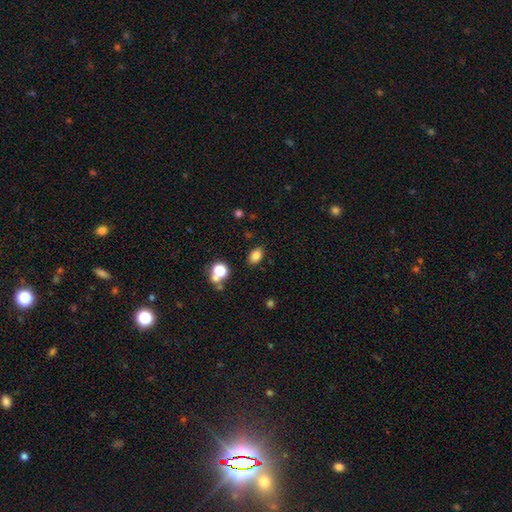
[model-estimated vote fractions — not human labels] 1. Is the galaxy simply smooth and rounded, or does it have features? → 81% smooth, 12% star or artifact, 6% featured or disk.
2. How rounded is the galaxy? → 79% in between, 19% round, 1% cigar-shaped.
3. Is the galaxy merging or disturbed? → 83% none, 10% minor disturbance, 3% merger, 3% major disturbance.